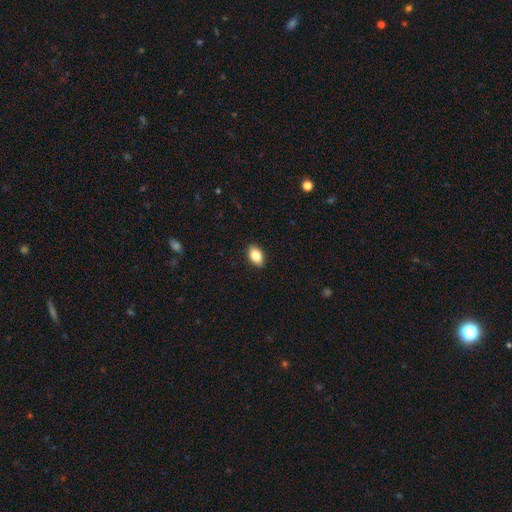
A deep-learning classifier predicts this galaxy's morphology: Smooth or featured?
  - smooth: 84% *
  - featured or disk: 9%
  - star or artifact: 8%
How rounded?
  - in between: 89% *
  - round: 9%
  - cigar-shaped: 2%
Merging?
  - none: 89% *
  - minor disturbance: 8%
  - major disturbance: 2%
  - merger: 1%